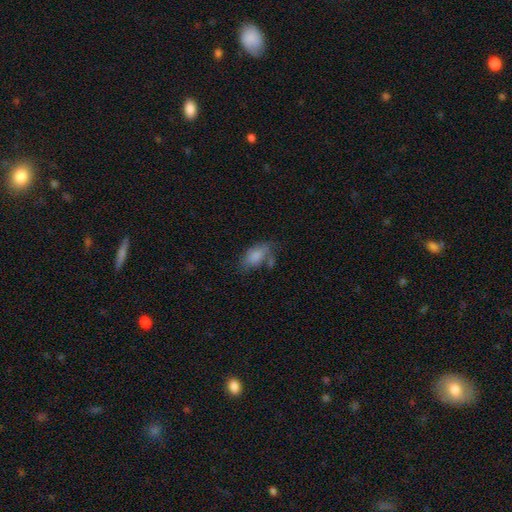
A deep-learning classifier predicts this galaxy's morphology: A smooth galaxy with no disk features (80%) that is in between round and cigar-shaped (91%). Merging: none (46%).